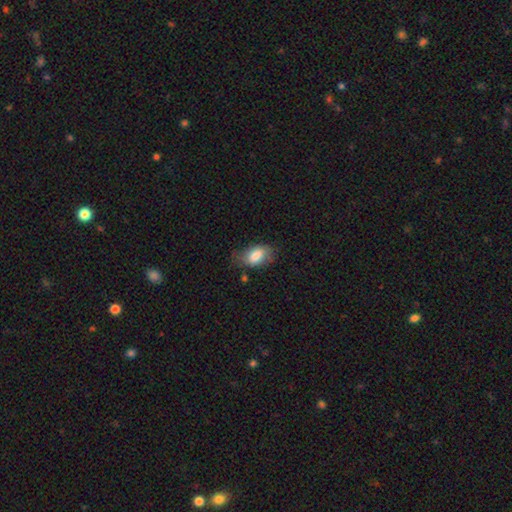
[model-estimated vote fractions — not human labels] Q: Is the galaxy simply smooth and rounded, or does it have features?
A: smooth — 79%.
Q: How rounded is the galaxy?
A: in between — 91%.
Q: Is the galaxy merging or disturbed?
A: none — 63%.